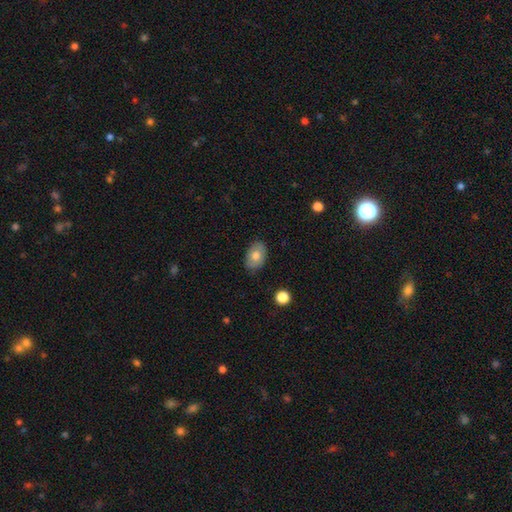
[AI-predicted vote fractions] This appears to be a smooth galaxy with no disk features (72%) that is in between round and cigar-shaped (87%). Merging: none (81%).